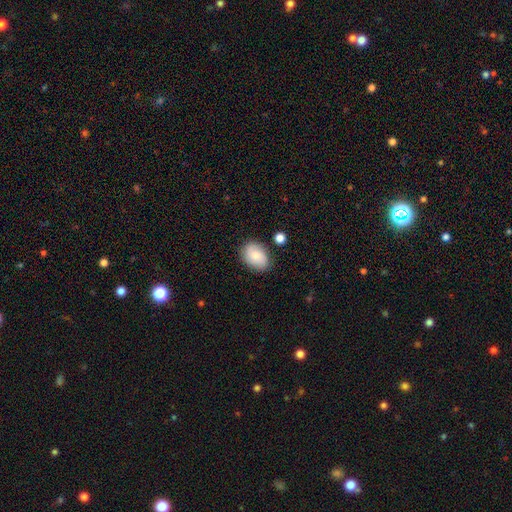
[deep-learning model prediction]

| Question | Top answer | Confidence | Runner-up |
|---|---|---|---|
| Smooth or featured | smooth | 68% | featured or disk (24%) |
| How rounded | in between | 77% | round (22%) |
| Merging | none | 78% | minor disturbance (15%) |